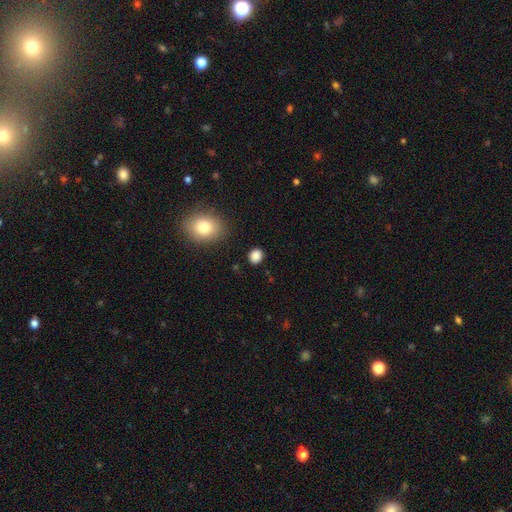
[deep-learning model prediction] Smooth or featured? Predicted: smooth (p=0.86). How rounded? Predicted: round (p=0.67). Merging? Predicted: none (p=0.87).